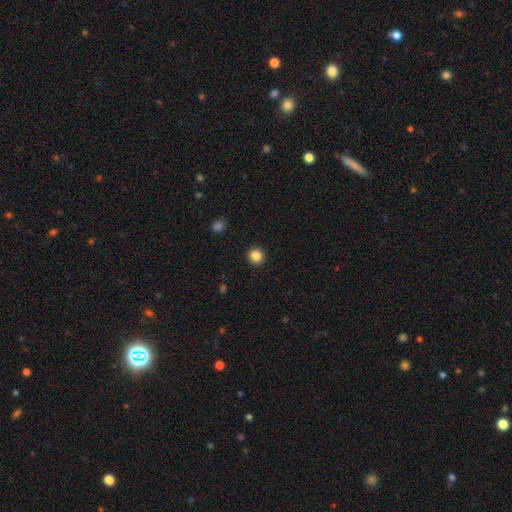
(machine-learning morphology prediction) Overall: smooth (85%). How rounded: round (95%). Merging: none (93%).